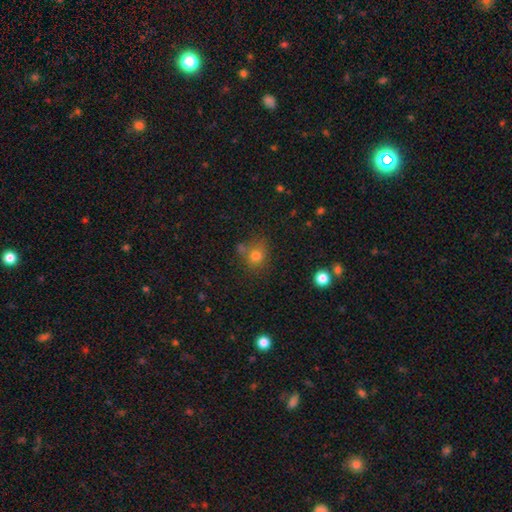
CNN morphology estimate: smooth-or-featured: smooth: 75% | star or artifact: 15% | featured or disk: 9%
  how-rounded: round: 75% | in between: 24% | cigar-shaped: 1%
  merging: none: 61% | minor disturbance: 16% | merger: 16% | major disturbance: 7%